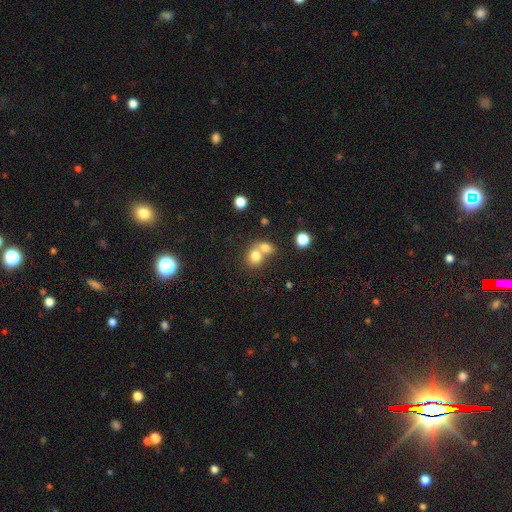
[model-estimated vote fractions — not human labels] smooth 76%, featured or disk 13%, star or artifact 11%. Down the decision tree: how rounded — round (62%); merging — merger (61%).